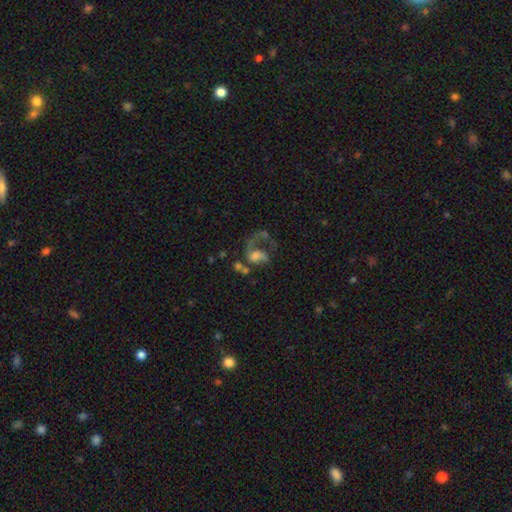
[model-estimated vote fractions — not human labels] smooth-or-featured: featured or disk: 66% | smooth: 23% | star or artifact: 11%
  disk-edge-on: no: 97% | yes: 3%
    bar: no: 68% | weak: 25% | strong: 7%
    has-spiral-arms: yes: 77% | no: 23%
    bulge-size: moderate: 32% | none: 23% | small: 22% | large: 19% | dominant: 4%
  merging: major disturbance: 47% | none: 24% | merger: 18% | minor disturbance: 11%